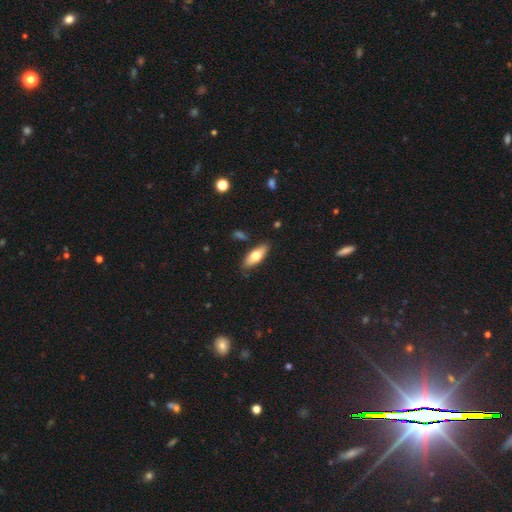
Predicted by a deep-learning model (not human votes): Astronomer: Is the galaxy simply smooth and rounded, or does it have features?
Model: smooth — 67%.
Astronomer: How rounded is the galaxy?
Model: in between — 72%.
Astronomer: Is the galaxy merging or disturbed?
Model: none — 82%.